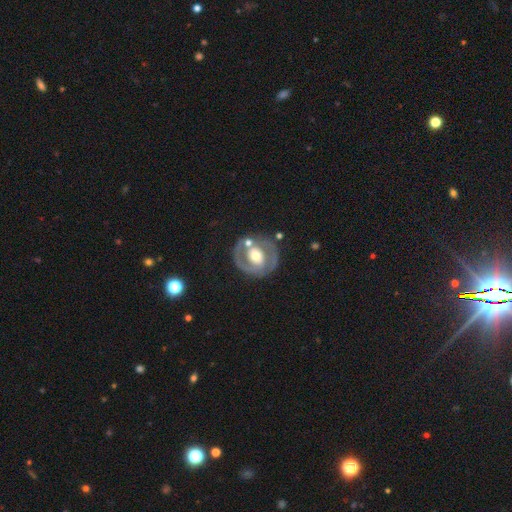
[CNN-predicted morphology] Smooth or featured? featured or disk (74%)
Edge-on disk? no (96%)
Bar? no (61%)
Spiral arms? yes (61%)
Bulge size? moderate (62%)
Merging? none (69%)